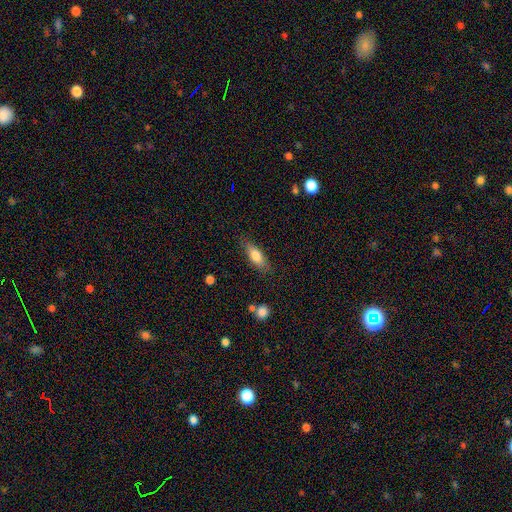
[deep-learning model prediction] Overall: smooth (75%). How rounded: in between (66%; cigar-shaped 32%). Merging: none (82%).